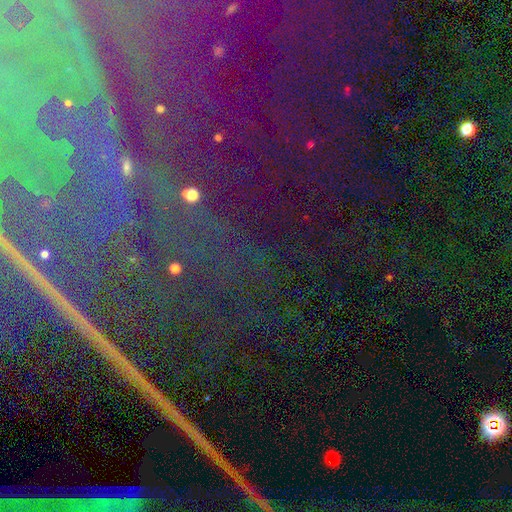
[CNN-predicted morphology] This appears to be a star or artifact, not a galaxy (77%).